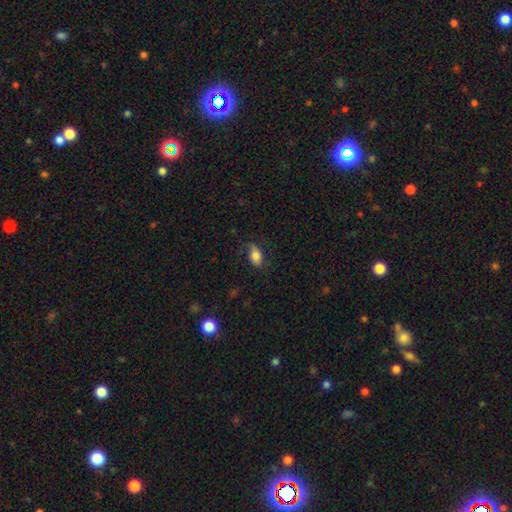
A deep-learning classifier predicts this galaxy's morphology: Smooth or featured? smooth (70%)
How rounded? in between (85%)
Merging? none (57%)